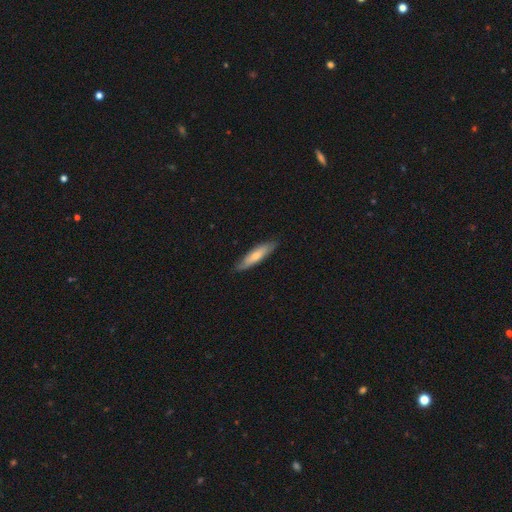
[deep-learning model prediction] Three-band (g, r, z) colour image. It shows a smooth galaxy with no disk features (66%) that is cigar-shaped (74%). Merging: none (83%).